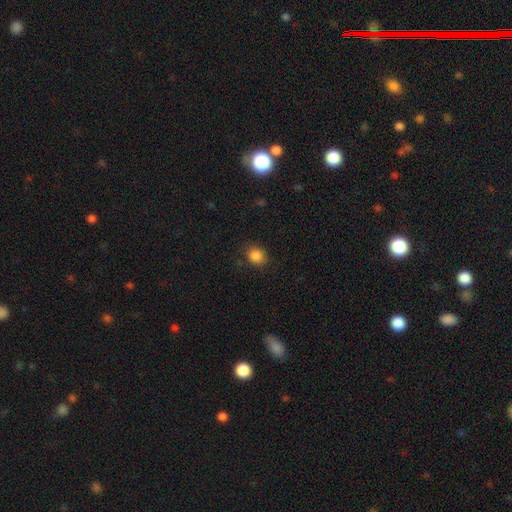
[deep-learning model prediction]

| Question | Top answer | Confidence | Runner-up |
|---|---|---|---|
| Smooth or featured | smooth | 85% | star or artifact (11%) |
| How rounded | round | 67% | in between (32%) |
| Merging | none | 82% | minor disturbance (13%) |